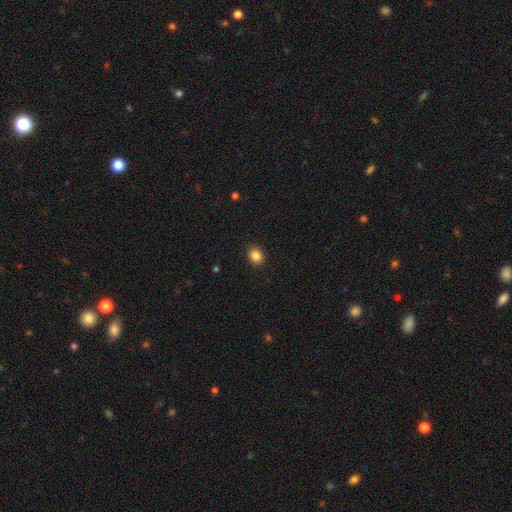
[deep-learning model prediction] smooth_or_featured: smooth (p=0.85) [alt: star or artifact p=0.11]
how_rounded: round (p=0.73) [alt: in between p=0.26]
merging: none (p=0.91) [alt: minor disturbance p=0.06]